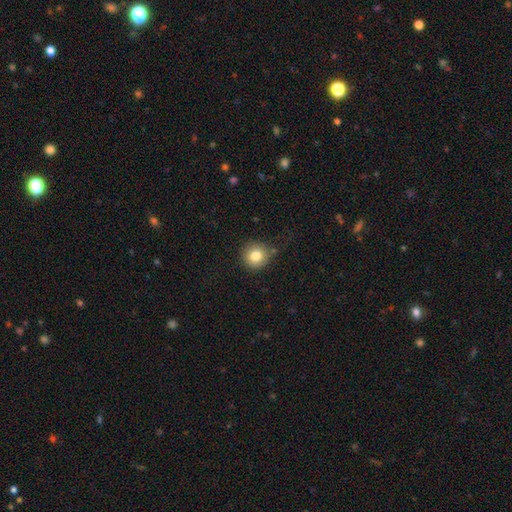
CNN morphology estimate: smooth 81%, star or artifact 10%, featured or disk 9%. Down the decision tree: how rounded — round (94%); merging — none (81%).